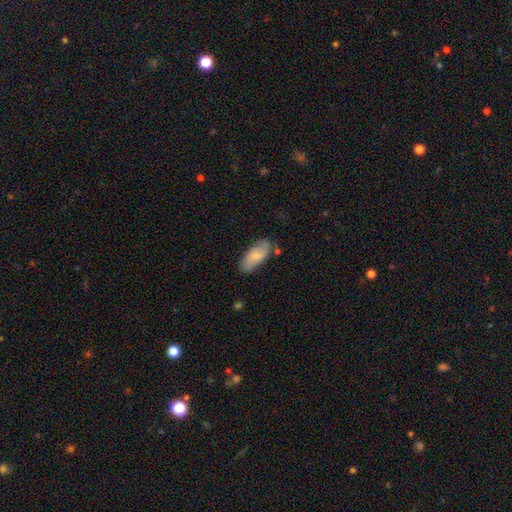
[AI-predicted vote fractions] smooth 72%, featured or disk 22%, star or artifact 6%. Down the decision tree: how rounded — in between (86%); merging — none (71%).